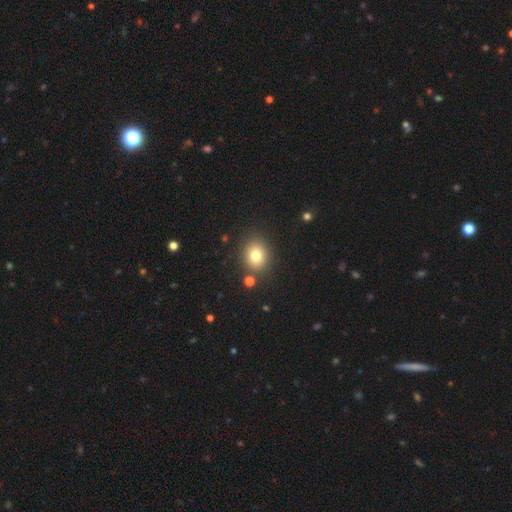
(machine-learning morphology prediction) Overall: smooth (79%). How rounded: round (62%; in between 37%). Merging: none (82%).